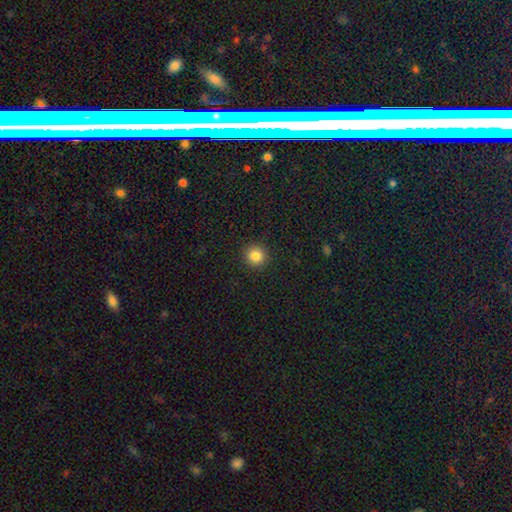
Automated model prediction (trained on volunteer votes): smooth 85%, star or artifact 11%, featured or disk 4%. Down the decision tree: how rounded — round (94%); merging — none (92%).